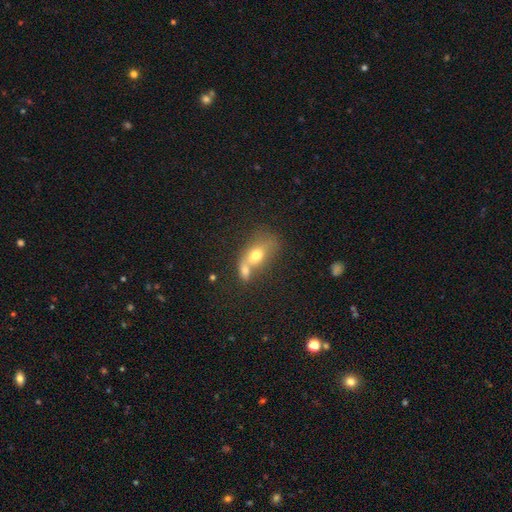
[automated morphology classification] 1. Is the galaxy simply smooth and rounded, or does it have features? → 65% smooth, 24% featured or disk, 10% star or artifact.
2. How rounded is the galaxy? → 75% in between, 20% round, 5% cigar-shaped.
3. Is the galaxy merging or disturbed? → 64% merger, 19% none, 10% minor disturbance, 8% major disturbance.